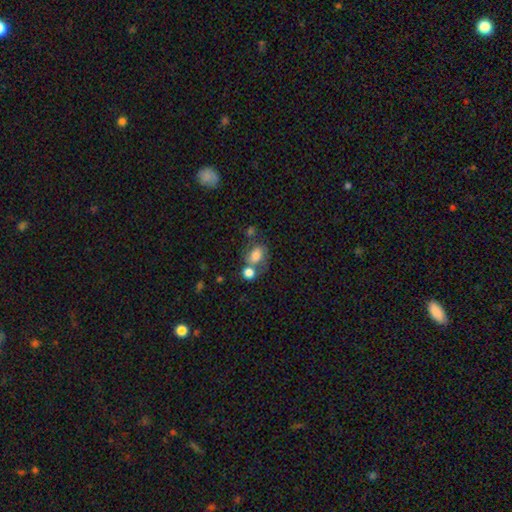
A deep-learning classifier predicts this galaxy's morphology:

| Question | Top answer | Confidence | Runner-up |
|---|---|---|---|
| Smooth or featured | smooth | 69% | featured or disk (20%) |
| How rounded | in between | 59% | round (40%) |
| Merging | none | 39% | merger (35%) |